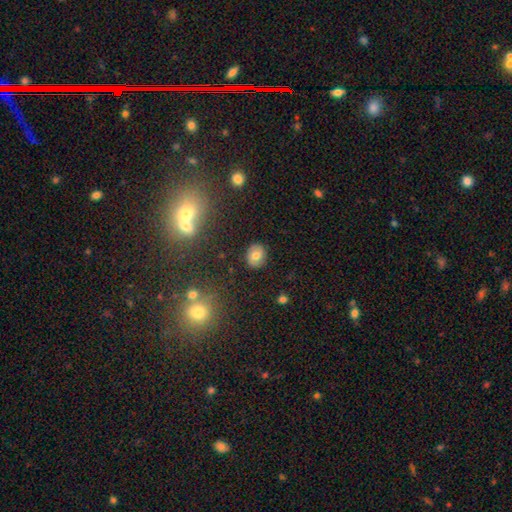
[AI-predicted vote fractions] A smooth galaxy with no disk features (71%) that is round (59%). Merging: none (87%).